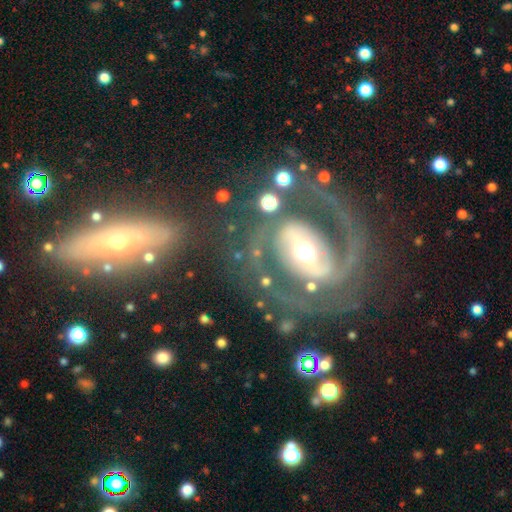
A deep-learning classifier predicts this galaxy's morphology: Overall: featured or disk (88%). Edge-on disk: no (96%). Bar: strong (41%; weak 32%). Spiral arms: yes (93%). Spiral arm count: 2 (85%). Spiral winding: medium (49%; tight 38%). Bulge size: moderate (63%). Merging: none (65%).